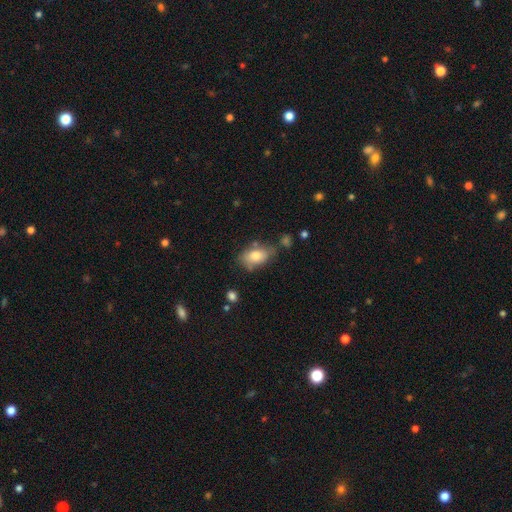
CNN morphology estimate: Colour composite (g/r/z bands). It shows a smooth galaxy with no disk features (77%) that is in between round and cigar-shaped (89%). Merging: none (63%).